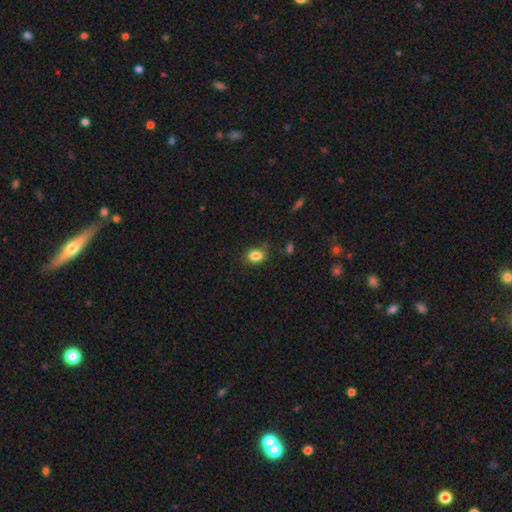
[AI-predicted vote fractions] This is clearly a smooth galaxy (85%). How rounded: likely in between (65%). Merging: clearly none (83%).